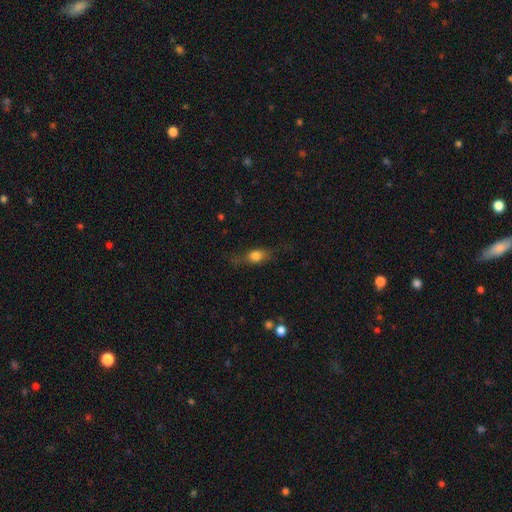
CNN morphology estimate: Smooth or featured? Predicted: smooth (p=0.62). How rounded? Predicted: in between (p=0.54). Merging? Predicted: none (p=0.65).